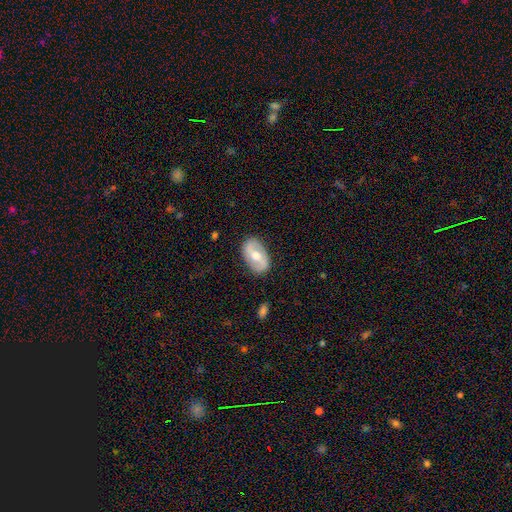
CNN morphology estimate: This is likely a featured or disk galaxy (64%). It is clearly not viewed edge-on (95%). Bar: marginally weak (43%). Spiral arm pattern: likely yes (75%). Central bulge: likely moderate (73%). Merging: clearly none (84%).